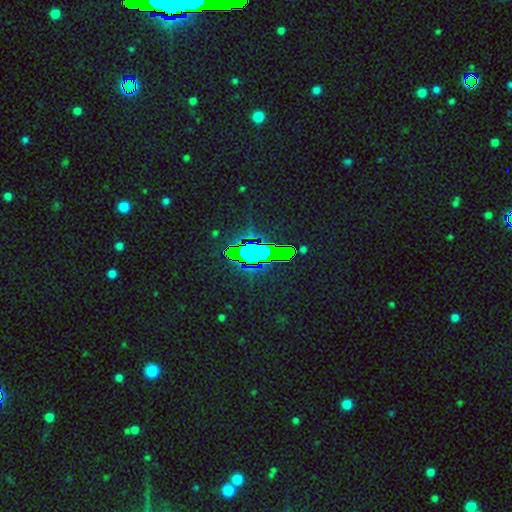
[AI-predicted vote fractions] A star or artifact, not a galaxy (82%).